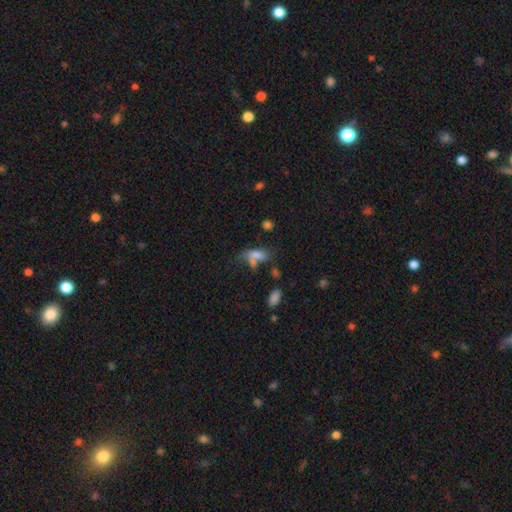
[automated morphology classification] Overall: smooth (70%). How rounded: in between (78%). Merging: none (31%; merger 28%).